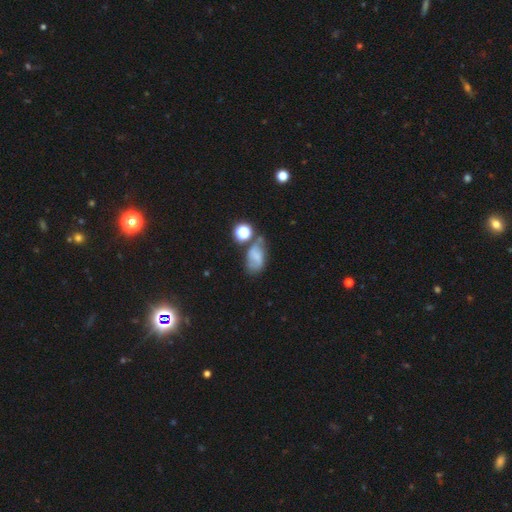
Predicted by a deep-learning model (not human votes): smooth 50%, featured or disk 34%, star or artifact 16%. Down the decision tree: how rounded — in between (82%); merging — none (42%).